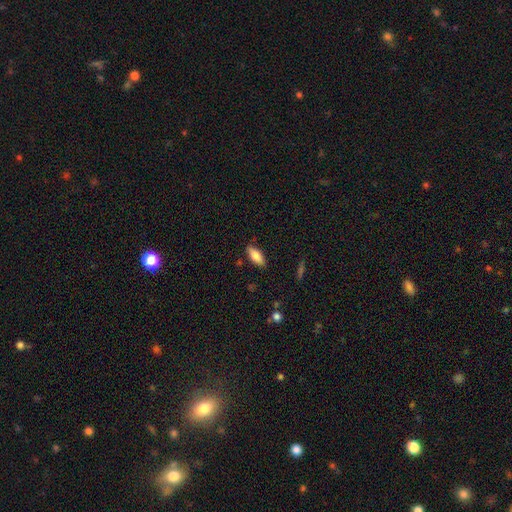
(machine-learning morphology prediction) Smooth or featured? Predicted: smooth (p=0.80). How rounded? Predicted: in between (p=0.81). Merging? Predicted: none (p=0.86).